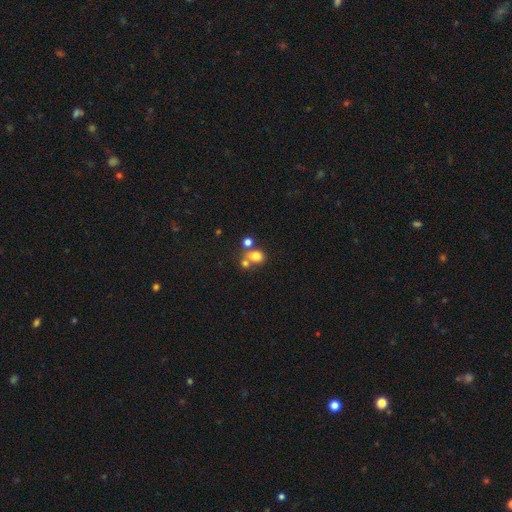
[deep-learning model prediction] Overall: smooth (77%). How rounded: round (55%; in between 44%). Merging: none (48%; merger 36%).